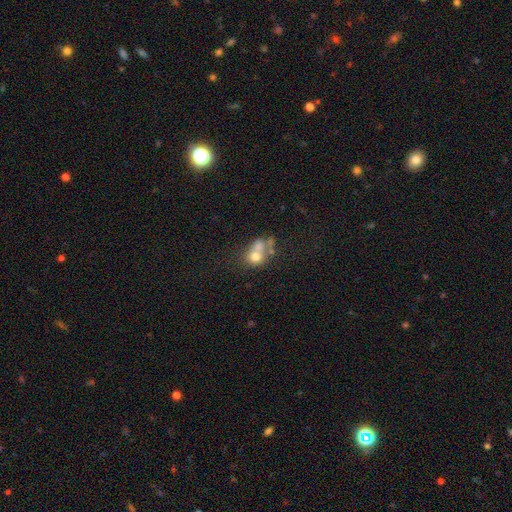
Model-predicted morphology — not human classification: Smooth or featured? smooth (63%)
How rounded? round (64%)
Merging? merger (53%)